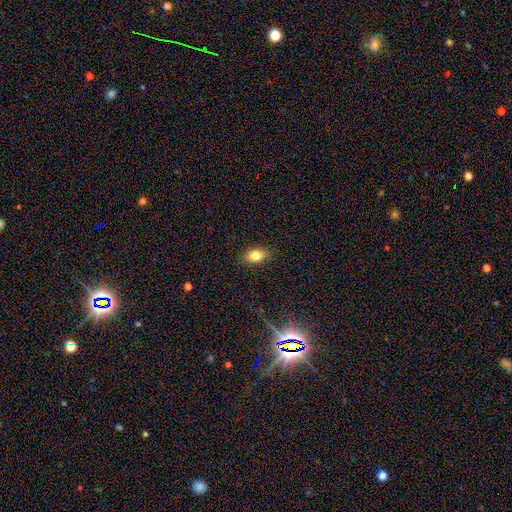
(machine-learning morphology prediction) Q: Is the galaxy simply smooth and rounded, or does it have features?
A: smooth — 81%.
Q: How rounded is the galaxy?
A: in between — 84%.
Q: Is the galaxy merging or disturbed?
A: none — 87%.